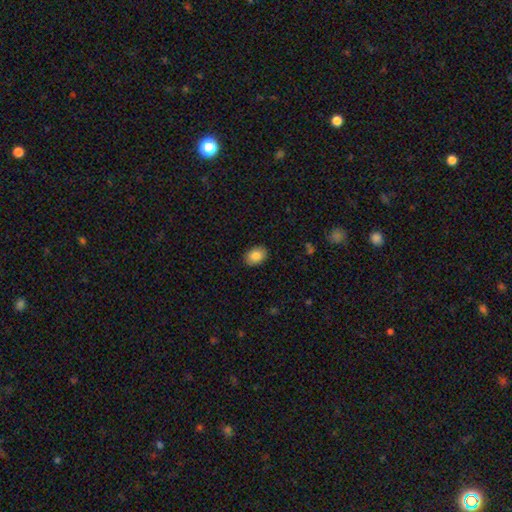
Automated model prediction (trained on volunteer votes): Q: Smooth or featured?
A: smooth (86%); runner-up: star or artifact (8%)
Q: How rounded?
A: in between (79%); runner-up: round (20%)
Q: Merging?
A: none (89%); runner-up: minor disturbance (8%)